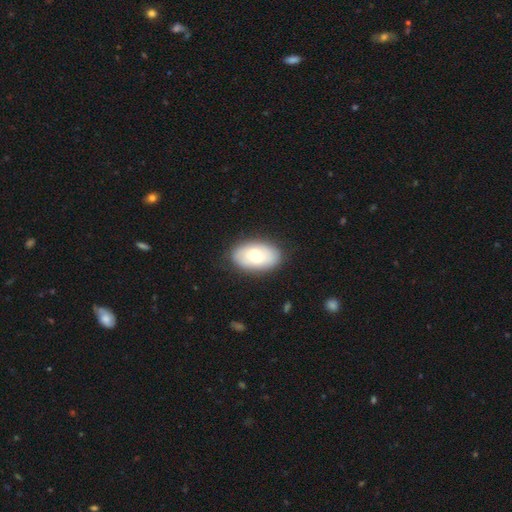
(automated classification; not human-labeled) This appears to be a smooth galaxy with no disk features (61%) that is in between round and cigar-shaped (91%). Merging: none (83%).